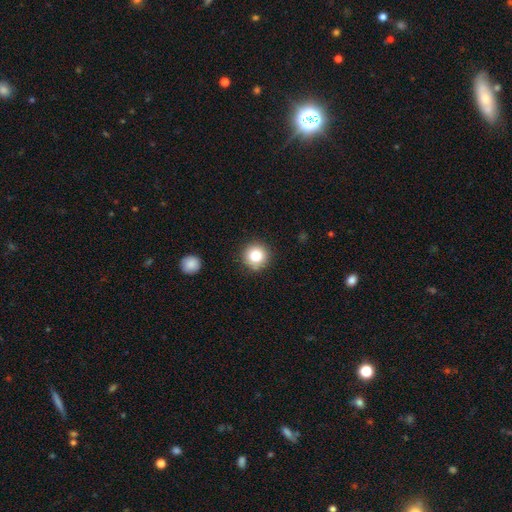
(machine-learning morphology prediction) A smooth galaxy with no disk features (83%) that is round (94%). Merging: none (87%).